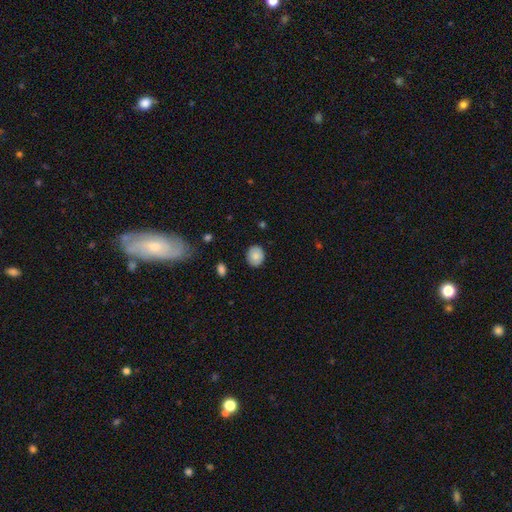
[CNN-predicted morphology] smooth 83%, featured or disk 9%, star or artifact 8%. Down the decision tree: how rounded — round (69%); merging — none (86%).